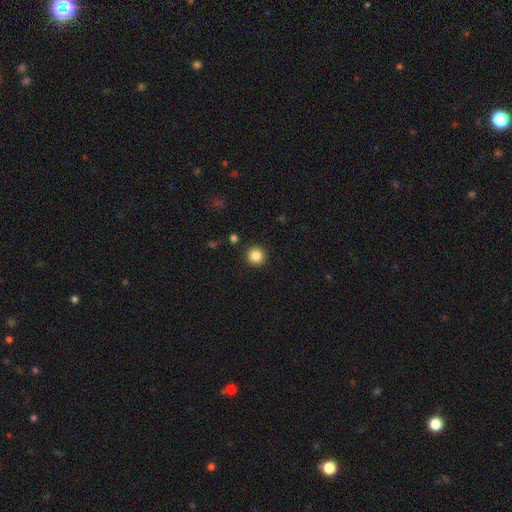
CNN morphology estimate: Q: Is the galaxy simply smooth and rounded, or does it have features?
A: smooth — 86%.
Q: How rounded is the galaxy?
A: round — 96%.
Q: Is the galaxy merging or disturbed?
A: none — 92%.